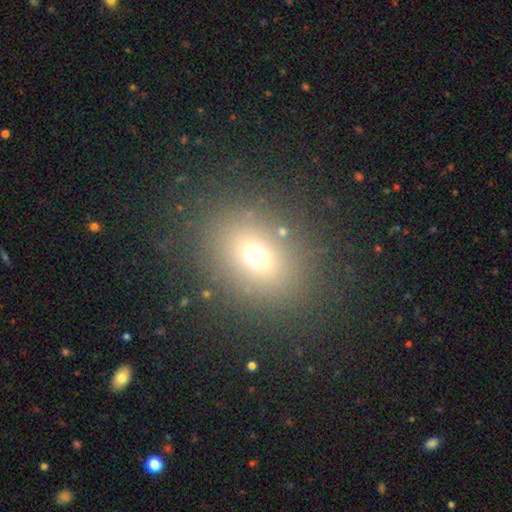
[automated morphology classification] smooth 67%, star or artifact 21%, featured or disk 13%. Down the decision tree: how rounded — in between (51%); merging — none (83%).